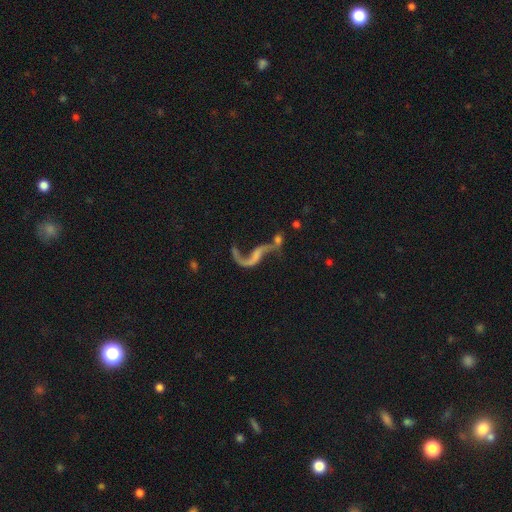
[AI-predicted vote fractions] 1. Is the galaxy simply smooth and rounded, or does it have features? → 79% featured or disk, 11% star or artifact, 10% smooth.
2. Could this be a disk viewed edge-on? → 92% no, 8% yes.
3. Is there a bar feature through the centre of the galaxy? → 52% no, 30% weak, 18% strong.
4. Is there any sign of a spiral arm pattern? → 85% yes, 15% no.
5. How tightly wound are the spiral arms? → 92% loose, 6% medium, 2% tight.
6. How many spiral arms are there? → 77% 2, 18% 1, 2% can't tell, 1% 3, 1% 4, 1% more than 4.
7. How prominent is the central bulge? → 51% none, 33% small, 11% moderate, 2% large, 2% dominant.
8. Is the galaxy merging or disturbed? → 37% none, 25% merger, 24% major disturbance, 13% minor disturbance.